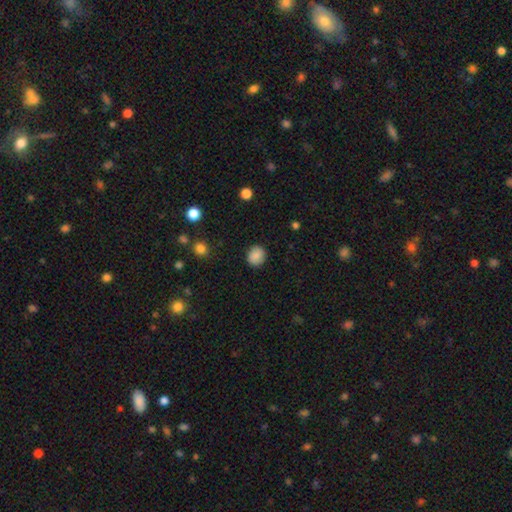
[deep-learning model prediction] Smooth or featured: smooth — 85% (star or artifact — 8%)
How rounded: round — 75% (in between — 24%)
Merging: none — 87% (minor disturbance — 10%)